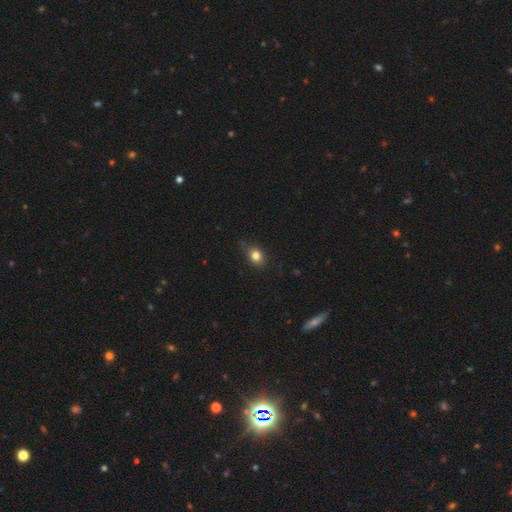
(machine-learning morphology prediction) A smooth galaxy with no disk features (82%) that is in between round and cigar-shaped (52%). Merging: none (74%).